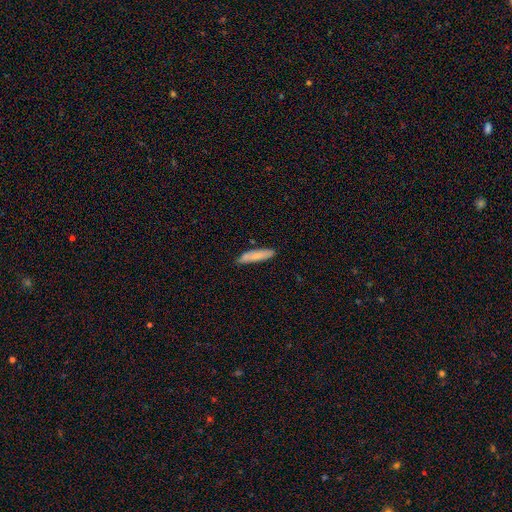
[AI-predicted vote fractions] Q: Smooth or featured?
A: smooth (76%); runner-up: featured or disk (19%)
Q: How rounded?
A: cigar-shaped (79%); runner-up: in between (20%)
Q: Merging?
A: none (80%); runner-up: minor disturbance (15%)